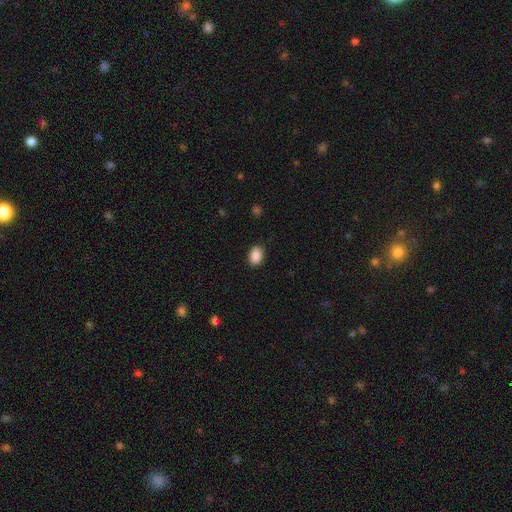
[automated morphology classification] Smooth or featured?
  - smooth: 90% *
  - star or artifact: 8%
  - featured or disk: 3%
How rounded?
  - in between: 82% *
  - round: 17%
  - cigar-shaped: 1%
Merging?
  - none: 85% *
  - minor disturbance: 11%
  - major disturbance: 3%
  - merger: 1%